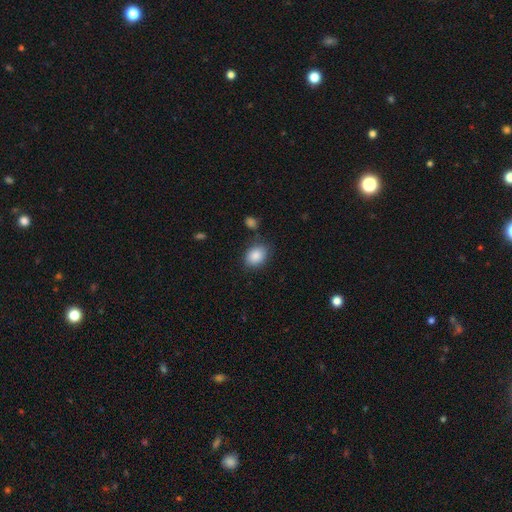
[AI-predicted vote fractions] A smooth galaxy with no disk features (87%) that is in between round and cigar-shaped (65%). Merging: none (78%).